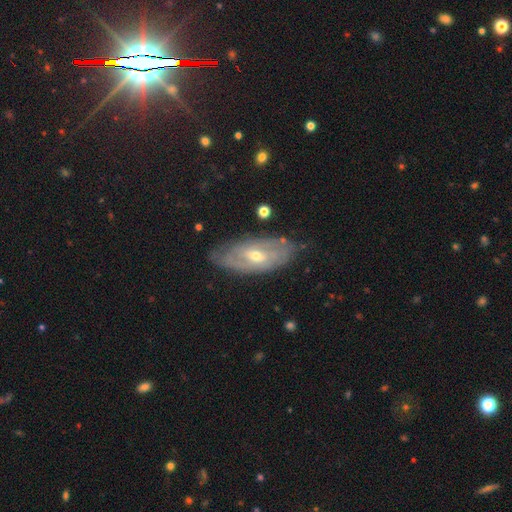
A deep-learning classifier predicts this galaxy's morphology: Overall: featured or disk (72%). Edge-on disk: no (83%). Bar: no (43%; weak 42%). Spiral arms: yes (72%). Bulge size: moderate (55%; small 42%). Merging: none (75%).